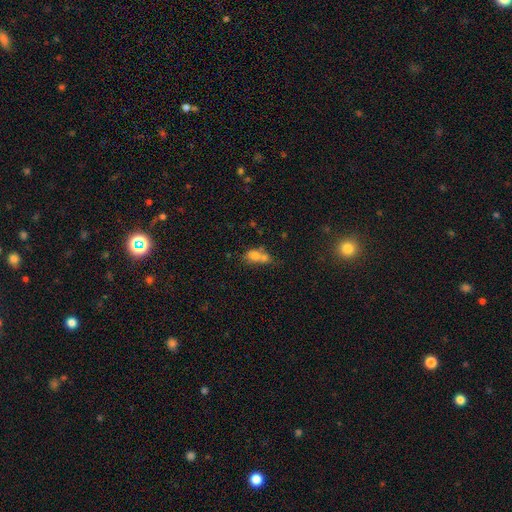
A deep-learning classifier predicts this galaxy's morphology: A smooth galaxy with no disk features (70%) that is in between round and cigar-shaped (60%). Merging: merger (58%).